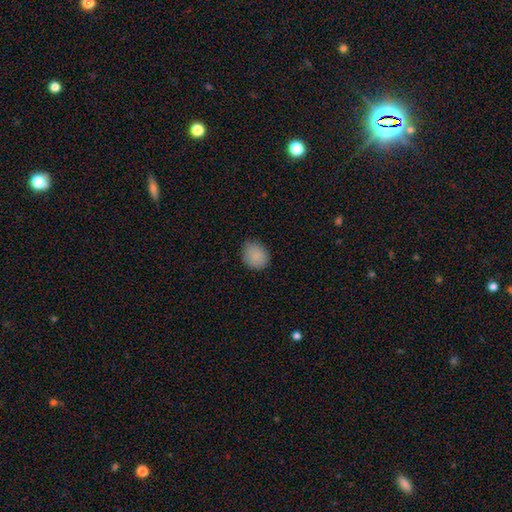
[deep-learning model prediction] Q: Smooth or featured?
A: smooth (87%); runner-up: star or artifact (9%)
Q: How rounded?
A: round (68%); runner-up: in between (31%)
Q: Merging?
A: none (80%); runner-up: minor disturbance (16%)